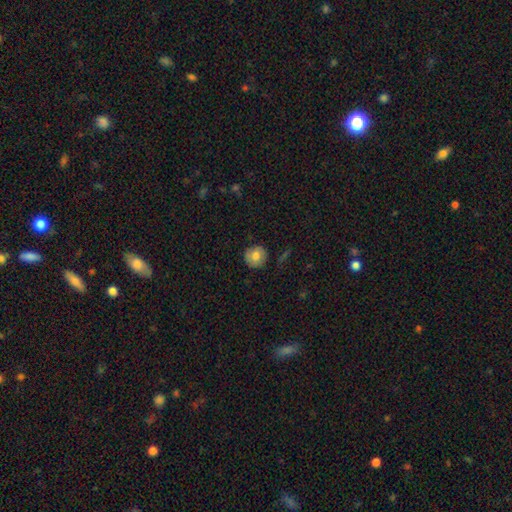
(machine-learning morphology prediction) type=smooth (75%); roundness=round (92%); merging=none (85%).